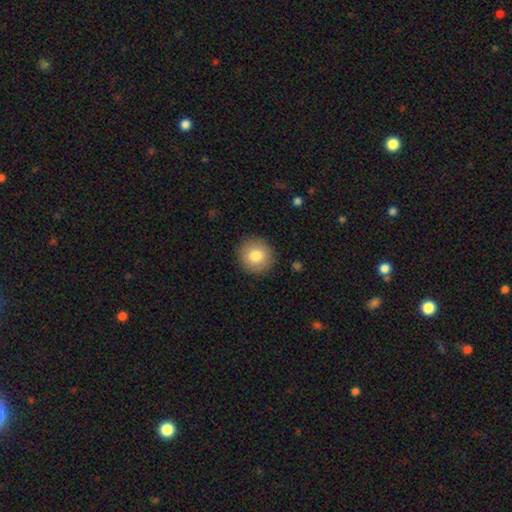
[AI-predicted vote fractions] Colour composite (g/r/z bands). It shows a smooth galaxy with no disk features (81%) that is round (94%). Merging: none (91%).